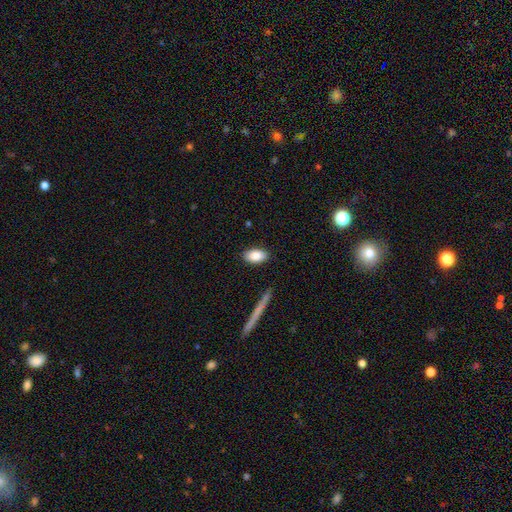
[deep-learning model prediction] A smooth galaxy with no disk features (85%) that is in between round and cigar-shaped (92%).

Vote fractions:
- Smooth or featured? smooth: 85% / featured or disk: 8% / star or artifact: 7%
- How rounded? in between: 92% / round: 5% / cigar-shaped: 3%
- Merging? none: 86% / minor disturbance: 10% / major disturbance: 2% / merger: 2%